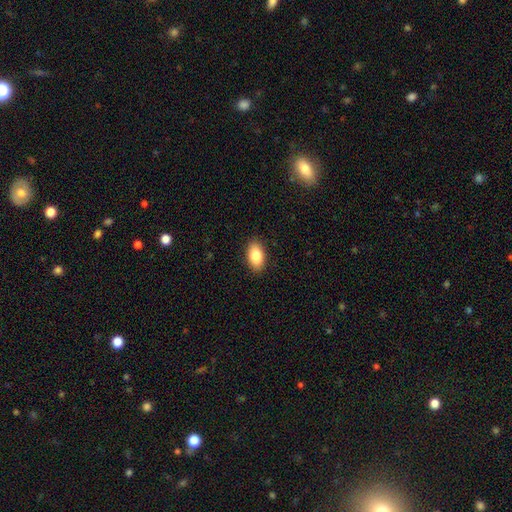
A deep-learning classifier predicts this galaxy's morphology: This is clearly a smooth galaxy (84%). How rounded: clearly in between (92%). Merging: clearly none (89%).